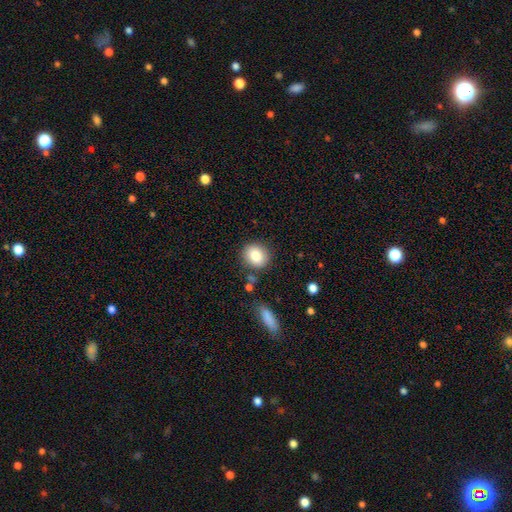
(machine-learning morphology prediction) type=smooth (83%); roundness=round (80%); merging=none (84%).